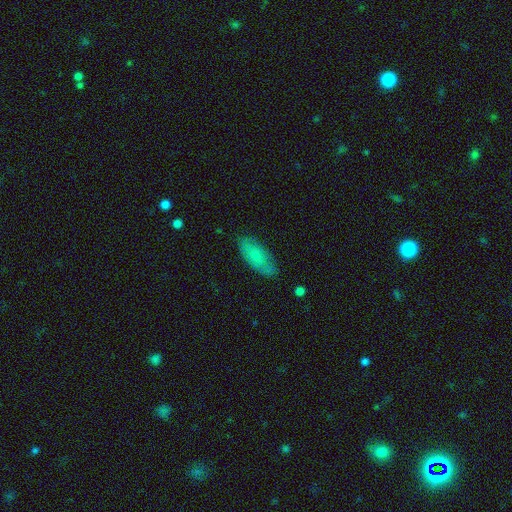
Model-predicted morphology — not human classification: type=smooth (72%); roundness=in between (81%); merging=none (78%).